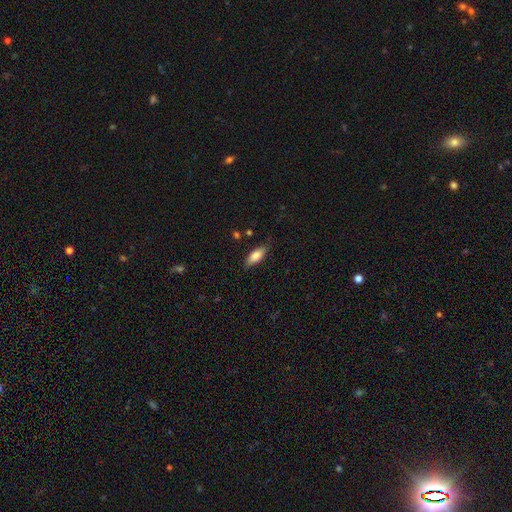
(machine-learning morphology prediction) Smooth or featured? Predicted: smooth (p=0.80). How rounded? Predicted: in between (p=0.75). Merging? Predicted: none (p=0.80).